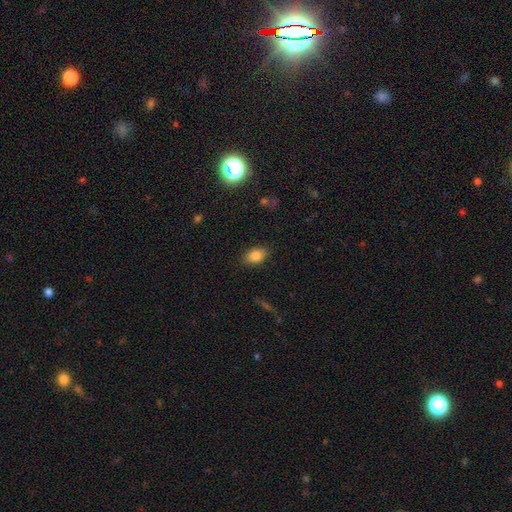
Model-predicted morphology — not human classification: This is clearly a smooth galaxy (83%). How rounded: clearly in between (84%). Merging: clearly none (86%).